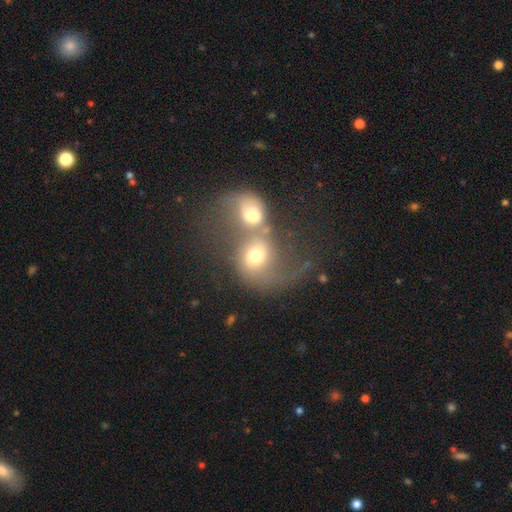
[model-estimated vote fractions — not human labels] Overall: smooth (49%; featured or disk 39%). Merging: merger (74%).